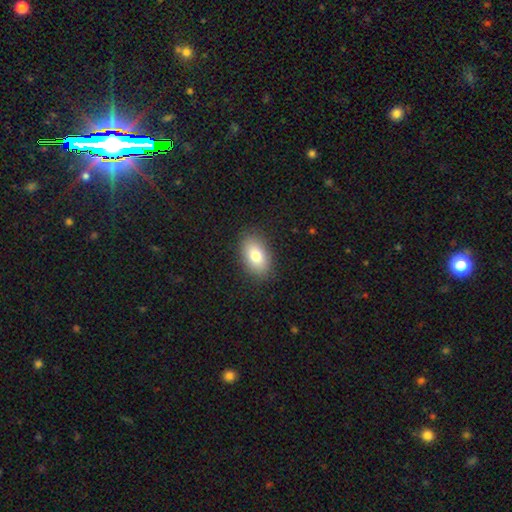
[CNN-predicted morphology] Smooth or featured? Predicted: smooth (p=0.78). How rounded? Predicted: in between (p=0.89). Merging? Predicted: none (p=0.87).